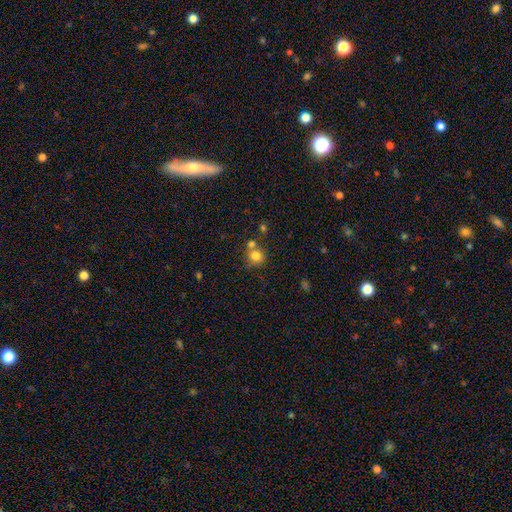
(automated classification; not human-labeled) Morphology: type=smooth (79%); roundness=round (86%); merging=none (57%).